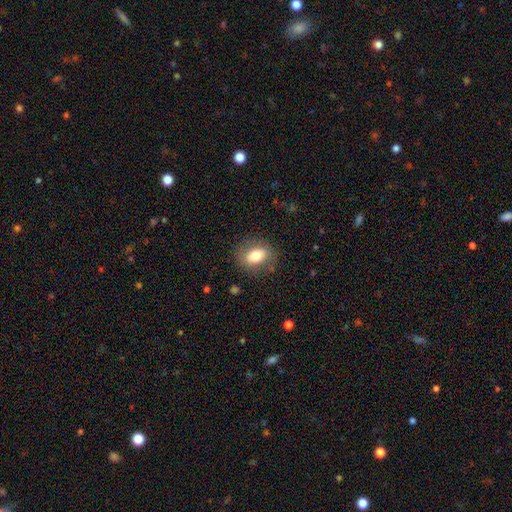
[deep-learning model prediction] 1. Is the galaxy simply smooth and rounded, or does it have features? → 73% smooth, 19% featured or disk, 8% star or artifact.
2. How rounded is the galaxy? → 65% in between, 33% round, 2% cigar-shaped.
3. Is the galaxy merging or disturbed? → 81% none, 13% minor disturbance, 5% major disturbance, 1% merger.